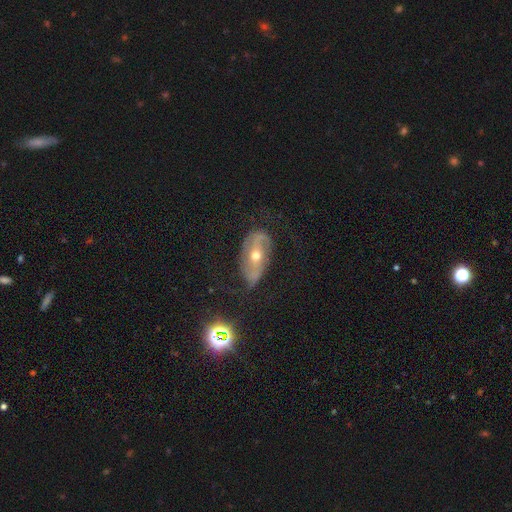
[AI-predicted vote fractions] Smooth or featured: featured or disk — 73% (smooth — 18%)
Edge-on disk: no — 91% (yes — 9%)
Bar: no — 43% (weak — 29%)
Spiral arms: yes — 78% (no — 22%)
Spiral winding: loose — 41% (medium — 36%)
Spiral arm count: 2 — 77% (can't tell — 12%)
Bulge size: moderate — 64% (small — 32%)
Merging: none — 61% (minor disturbance — 23%)